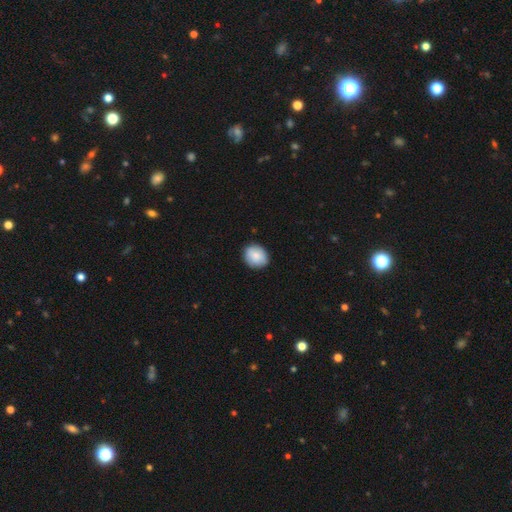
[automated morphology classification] This is clearly a smooth galaxy (86%). How rounded: likely round (67%). Merging: clearly none (87%).